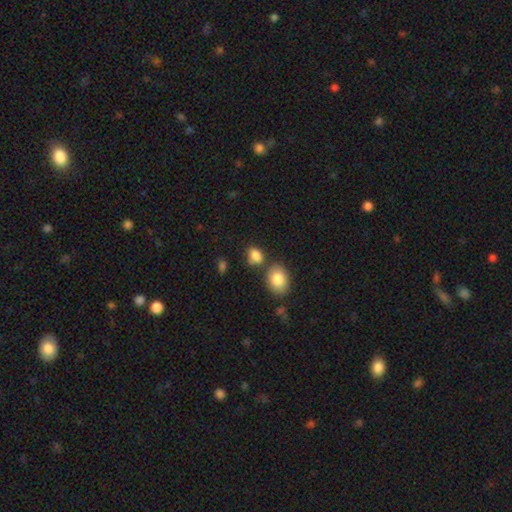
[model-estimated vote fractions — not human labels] Overall: smooth (85%). How rounded: in between (74%). Merging: none (58%; merger 19%).